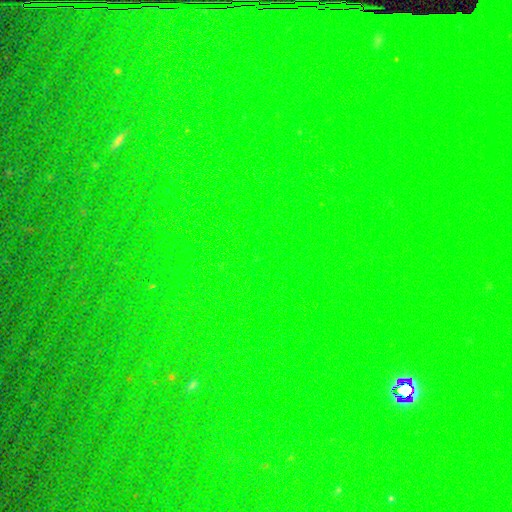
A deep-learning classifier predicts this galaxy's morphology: This is likely a star or artifact rather than a galaxy (76%).